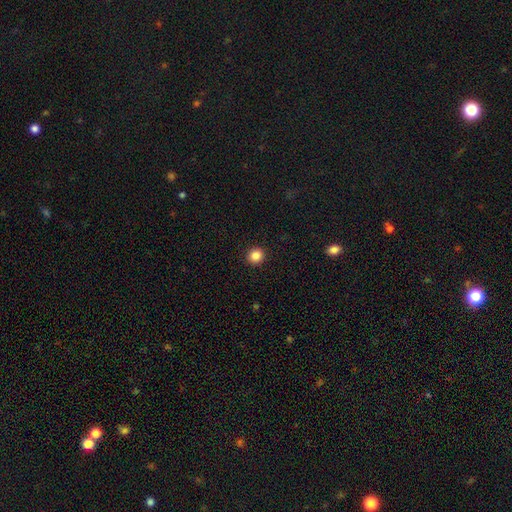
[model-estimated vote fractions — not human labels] This is clearly a smooth galaxy (85%). How rounded: clearly round (92%). Merging: clearly none (93%).